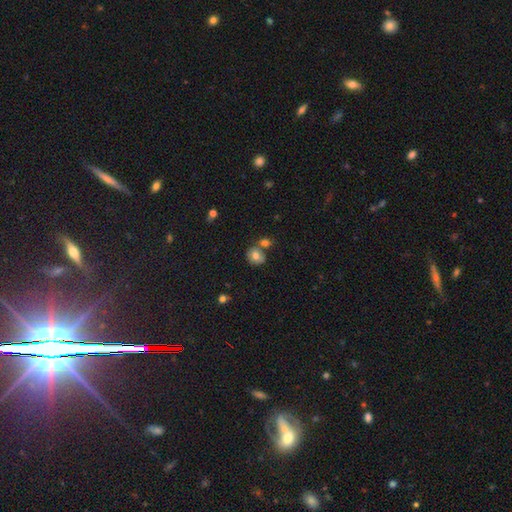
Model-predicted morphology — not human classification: Smooth or featured: smooth — 72% (featured or disk — 18%)
How rounded: round — 72% (in between — 27%)
Merging: none — 57% (merger — 27%)